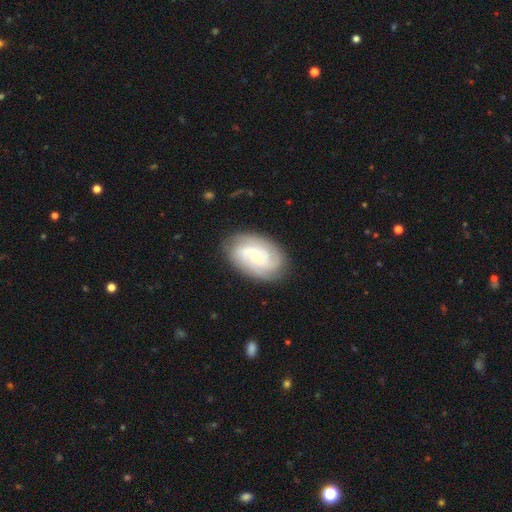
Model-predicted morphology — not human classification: Smooth or featured?
  - featured or disk: 82% *
  - smooth: 13%
  - star or artifact: 5%
Edge-on disk?
  - no: 97% *
  - yes: 3%
Bar?
  - no: 55% *
  - weak: 37%
  - strong: 9%
Spiral arms?
  - yes: 96% *
  - no: 4%
Spiral winding?
  - tight: 64% *
  - medium: 29%
  - loose: 7%
Spiral arm count?
  - 3: 33% *
  - can't tell: 21%
  - 2: 21%
  - 4: 15%
  - more than 4: 5%
  - 1: 5%
Bulge size?
  - small: 53% *
  - moderate: 43%
  - large: 2%
  - none: 1%
  - dominant: 1%
Merging?
  - none: 83% *
  - minor disturbance: 13%
  - major disturbance: 3%
  - merger: 1%